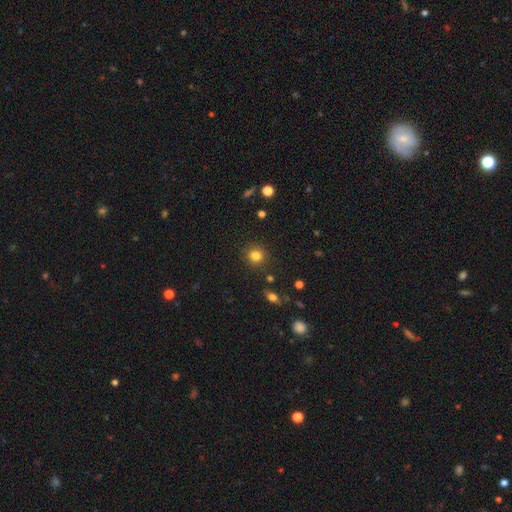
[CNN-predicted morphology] Smooth or featured: smooth — 82% (star or artifact — 13%)
How rounded: round — 91% (in between — 8%)
Merging: none — 89% (minor disturbance — 7%)